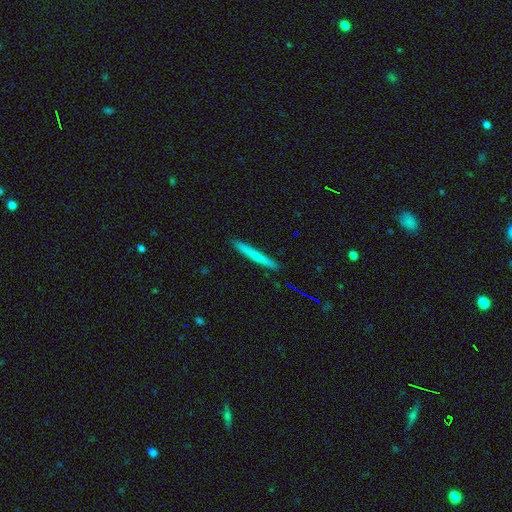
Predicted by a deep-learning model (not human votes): Overall: smooth (68%). How rounded: cigar-shaped (97%). Merging: none (92%).